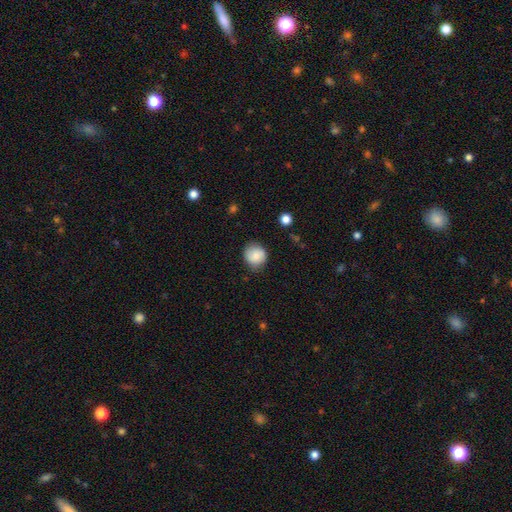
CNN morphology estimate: This appears to be a smooth galaxy with no disk features (83%) that is round (85%). Merging: none (78%).